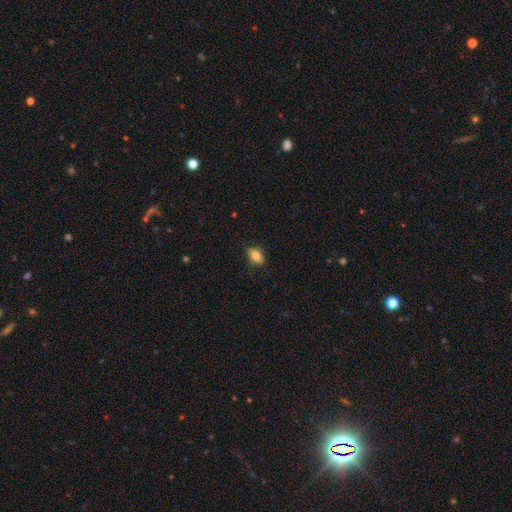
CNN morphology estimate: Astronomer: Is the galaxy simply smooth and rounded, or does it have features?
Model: smooth — 82%.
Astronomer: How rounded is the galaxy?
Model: in between — 83%.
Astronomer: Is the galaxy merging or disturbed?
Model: none — 75%.